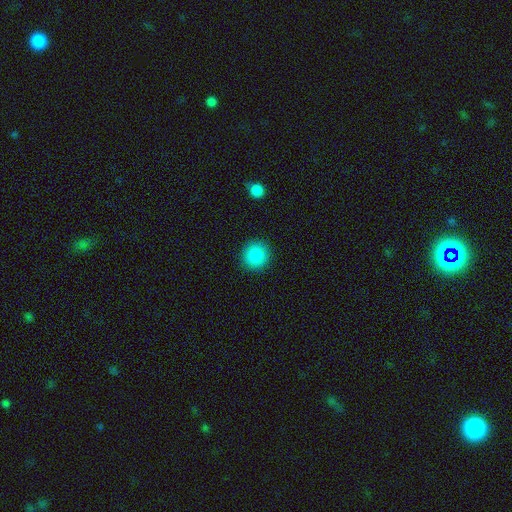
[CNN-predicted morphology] Overall: smooth (88%). How rounded: round (93%). Merging: none (91%).